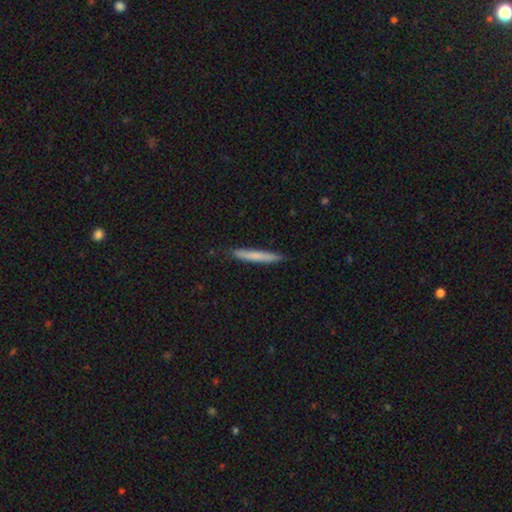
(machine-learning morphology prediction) Smooth or featured?
  - smooth: 72% *
  - featured or disk: 23%
  - star or artifact: 6%
How rounded?
  - cigar-shaped: 96% *
  - in between: 3%
  - round: 1%
Merging?
  - none: 87% *
  - minor disturbance: 10%
  - major disturbance: 2%
  - merger: 1%